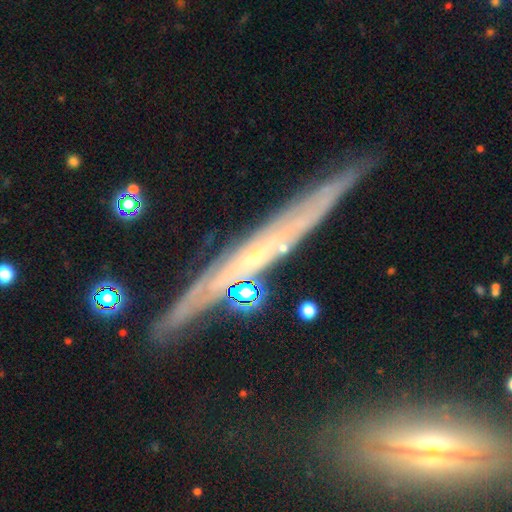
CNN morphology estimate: Smooth or featured? featured or disk (77%)
Edge-on disk? yes (89%)
Edge-on bulge? none (59%)
Merging? none (79%)